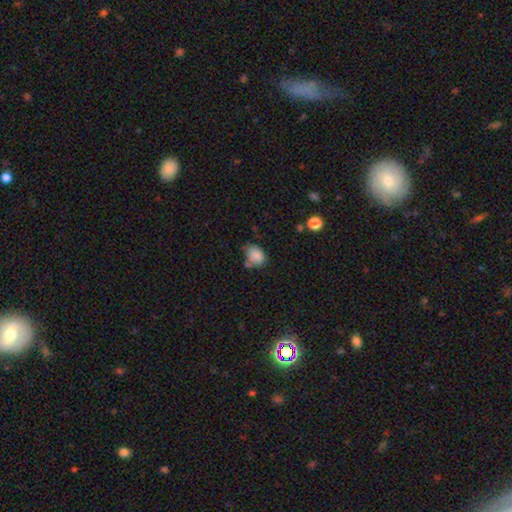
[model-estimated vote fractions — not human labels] Q: Smooth or featured?
A: smooth (83%); runner-up: star or artifact (10%)
Q: How rounded?
A: in between (64%); runner-up: round (35%)
Q: Merging?
A: none (49%); runner-up: minor disturbance (27%)